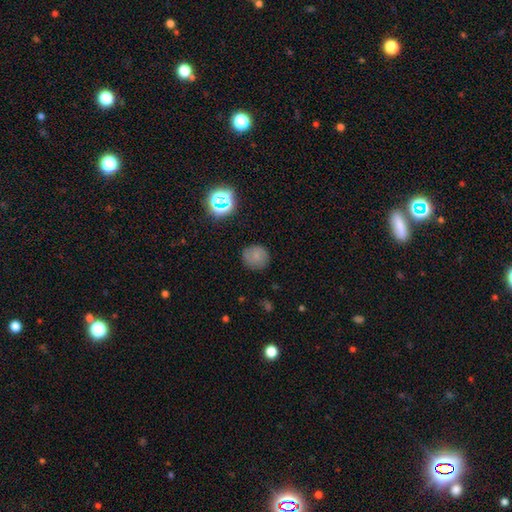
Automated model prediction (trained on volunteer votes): This is likely a smooth galaxy (74%). How rounded: clearly round (88%). Merging: clearly none (83%).